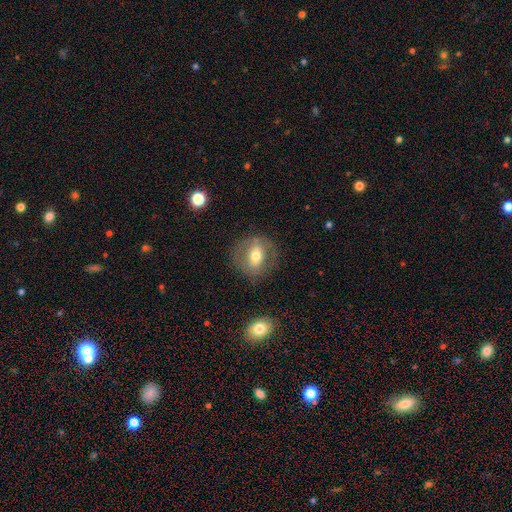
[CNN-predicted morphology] Overall: smooth (47%; featured or disk 45%). Merging: none (77%).